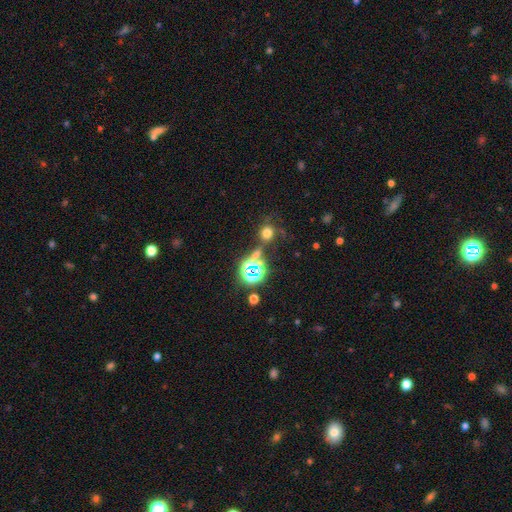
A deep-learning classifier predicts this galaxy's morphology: A star or artifact, not a galaxy (54%).

Vote fractions:
- Smooth or featured? star or artifact: 54% / smooth: 36% / featured or disk: 10%